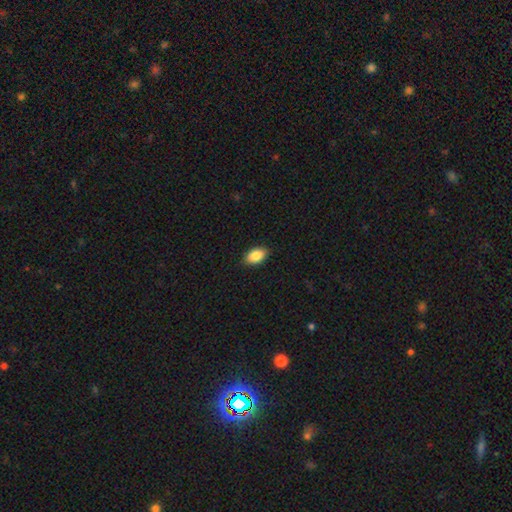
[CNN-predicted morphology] smooth_or_featured: smooth (p=0.86) [alt: featured or disk p=0.07]
how_rounded: in between (p=0.92) [alt: round p=0.06]
merging: none (p=0.89) [alt: minor disturbance p=0.08]